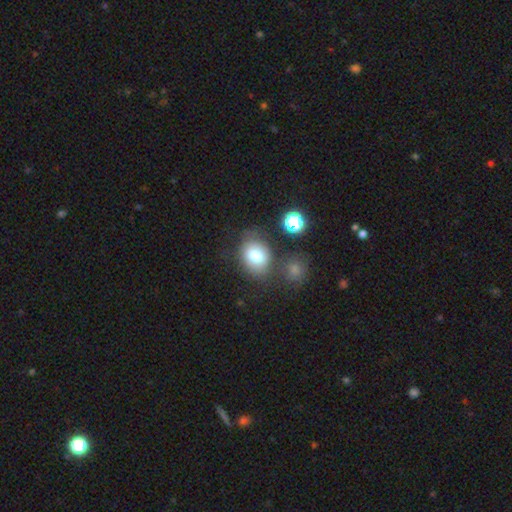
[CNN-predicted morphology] A smooth galaxy with no disk features (77%) that is round (53%). Merging: none (65%).